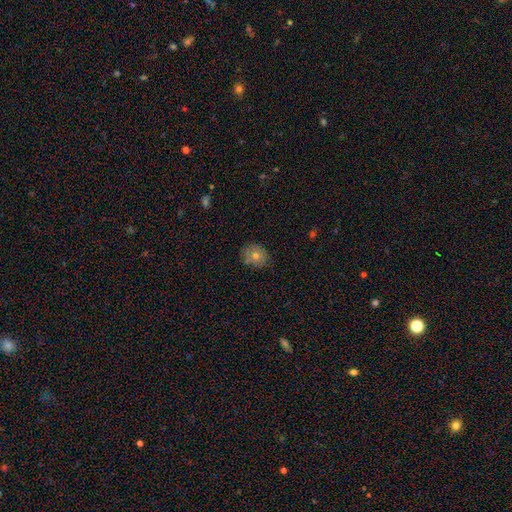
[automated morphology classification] A smooth galaxy with no disk features (71%) that is round (67%).

Vote fractions:
- Smooth or featured? smooth: 71% / featured or disk: 17% / star or artifact: 12%
- How rounded? round: 67% / in between: 32% / cigar-shaped: 1%
- Merging? none: 81% / minor disturbance: 15% / major disturbance: 3% / merger: 1%